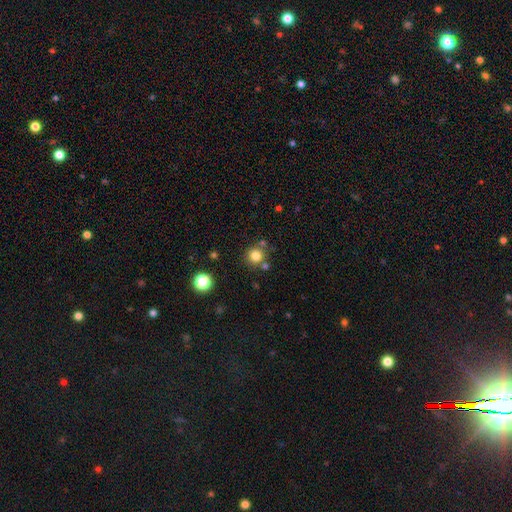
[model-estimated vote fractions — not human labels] This is clearly a smooth galaxy (81%). How rounded: clearly round (93%). Merging: likely none (77%).